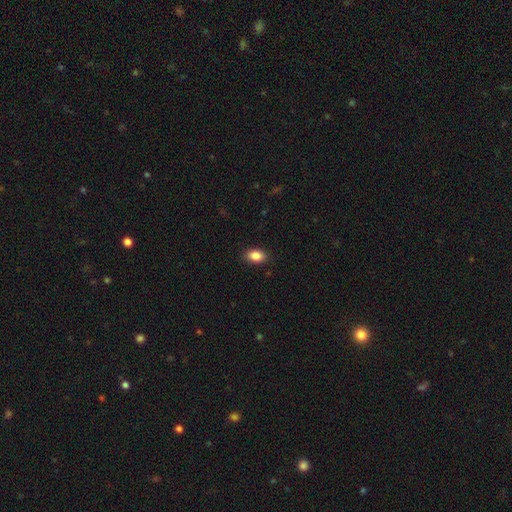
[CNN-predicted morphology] Smooth or featured? Predicted: smooth (p=0.87). How rounded? Predicted: in between (p=0.89). Merging? Predicted: none (p=0.88).